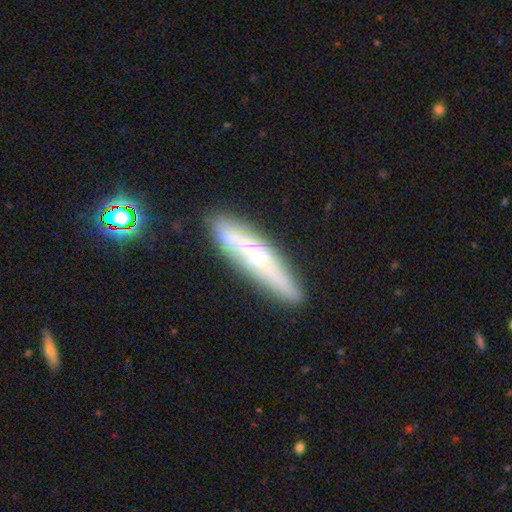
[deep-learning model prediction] Q: Smooth or featured?
A: featured or disk (58%); runner-up: smooth (34%)
Q: Edge-on disk?
A: yes (66%); runner-up: no (34%)
Q: Merging?
A: none (80%); runner-up: minor disturbance (14%)